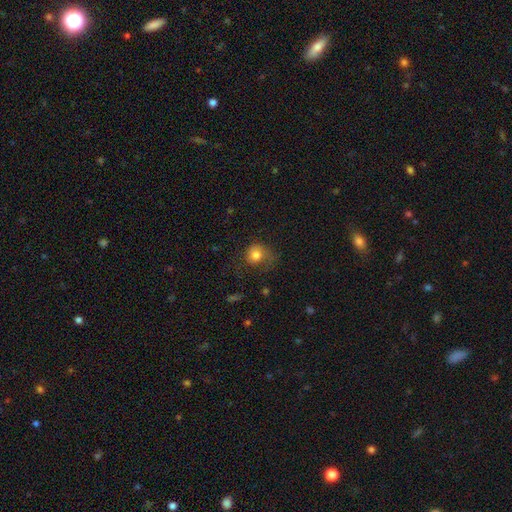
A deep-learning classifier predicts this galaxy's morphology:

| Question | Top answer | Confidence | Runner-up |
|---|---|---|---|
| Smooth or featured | smooth | 79% | featured or disk (11%) |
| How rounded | round | 75% | in between (24%) |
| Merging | none | 45% | major disturbance (27%) |